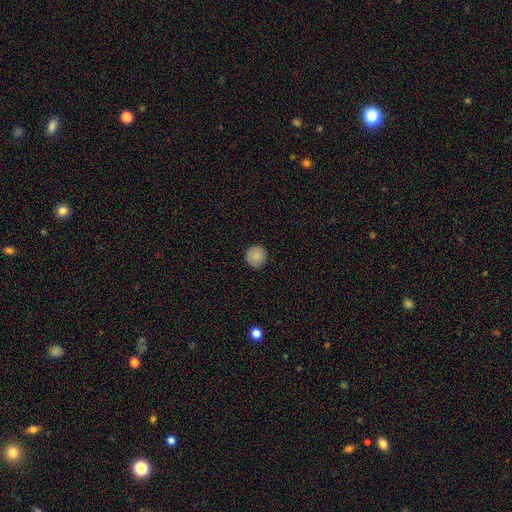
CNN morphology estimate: Overall: smooth (86%). How rounded: round (95%). Merging: none (91%).